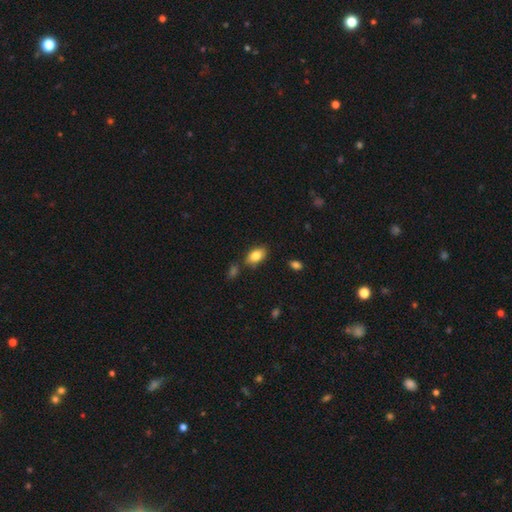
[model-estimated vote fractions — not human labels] Smooth or featured: smooth — 82% (featured or disk — 10%)
How rounded: in between — 91% (round — 7%)
Merging: none — 79% (minor disturbance — 13%)